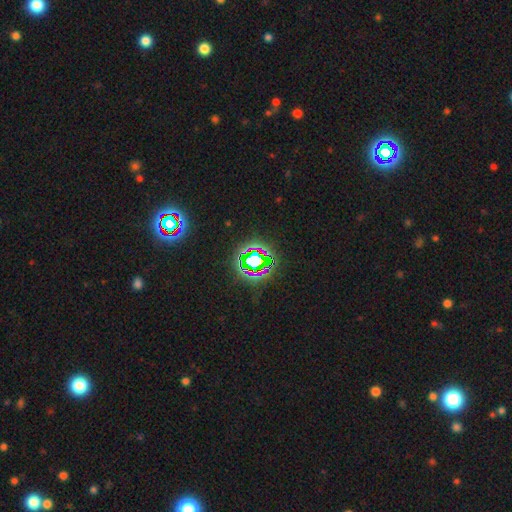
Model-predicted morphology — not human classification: A star or artifact, not a galaxy (78%).